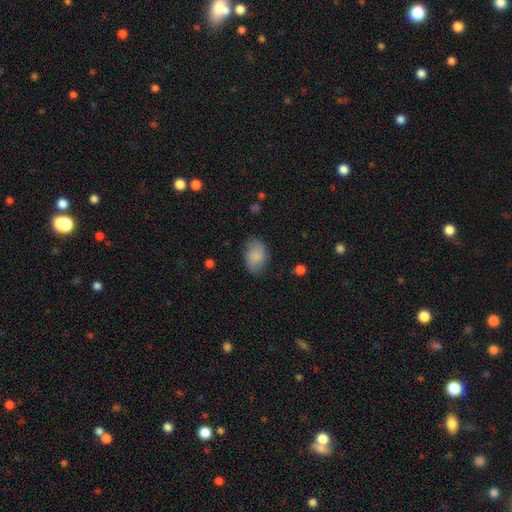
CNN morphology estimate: Smooth or featured?
  - smooth: 82% *
  - featured or disk: 11%
  - star or artifact: 7%
How rounded?
  - in between: 86% *
  - round: 12%
  - cigar-shaped: 1%
Merging?
  - none: 75% *
  - minor disturbance: 19%
  - major disturbance: 5%
  - merger: 1%